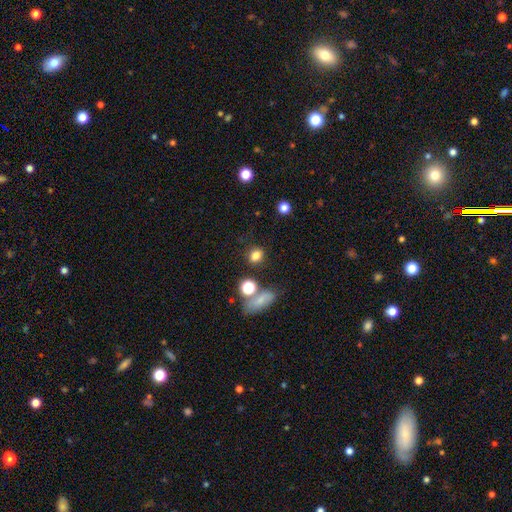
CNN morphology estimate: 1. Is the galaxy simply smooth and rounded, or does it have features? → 79% smooth, 14% star or artifact, 7% featured or disk.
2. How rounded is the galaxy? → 58% round, 40% in between, 2% cigar-shaped.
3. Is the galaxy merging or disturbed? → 76% none, 11% minor disturbance, 8% merger, 5% major disturbance.